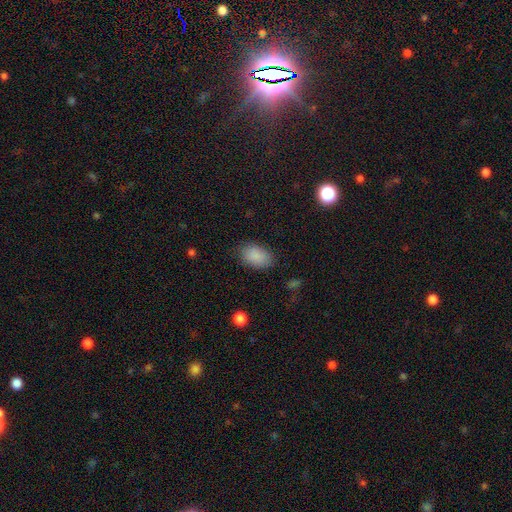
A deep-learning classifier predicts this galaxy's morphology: smooth_or_featured: smooth (p=0.89) [alt: star or artifact p=0.07]
how_rounded: in between (p=0.90) [alt: round p=0.08]
merging: none (p=0.83) [alt: minor disturbance p=0.12]